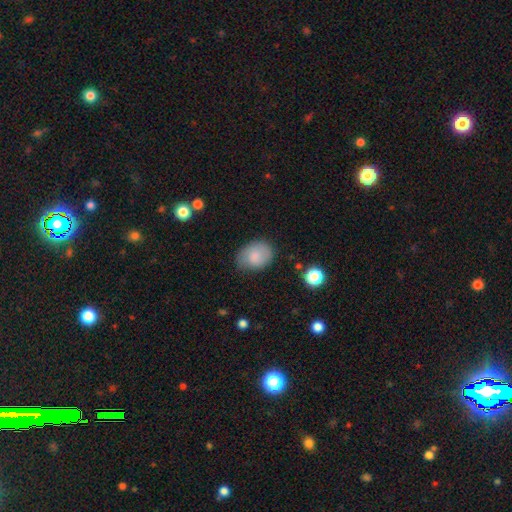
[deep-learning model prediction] Smooth or featured: smooth — 81% (featured or disk — 11%)
How rounded: in between — 63% (round — 36%)
Merging: none — 69% (minor disturbance — 23%)